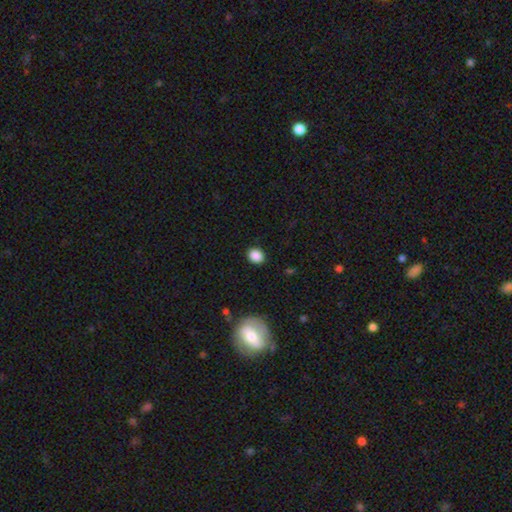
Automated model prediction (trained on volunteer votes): Smooth or featured? Predicted: smooth (p=0.87). How rounded? Predicted: round (p=0.57). Merging? Predicted: none (p=0.88).